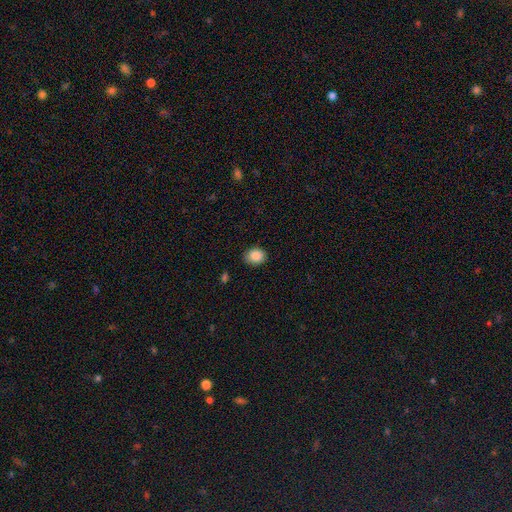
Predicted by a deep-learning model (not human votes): Q: Smooth or featured?
A: smooth (87%); runner-up: star or artifact (8%)
Q: How rounded?
A: in between (50%); runner-up: round (49%)
Q: Merging?
A: none (85%); runner-up: minor disturbance (12%)